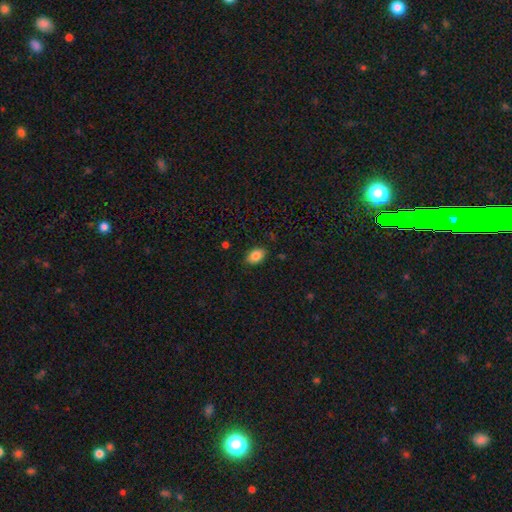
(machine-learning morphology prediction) This appears to be a smooth galaxy with no disk features (85%) that is in between round and cigar-shaped (85%). Merging: none (86%).